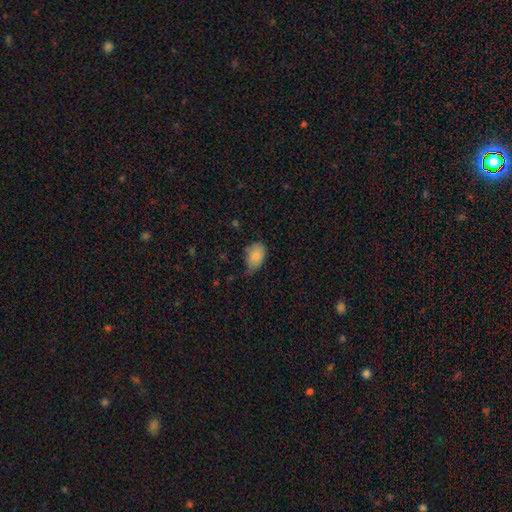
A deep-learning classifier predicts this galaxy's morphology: The model was most divided on "merging": minor disturbance: 44%, none: 43%, major disturbance: 11%, merger: 2%. More confident: how rounded — in between (85%); smooth or featured — smooth (83%).